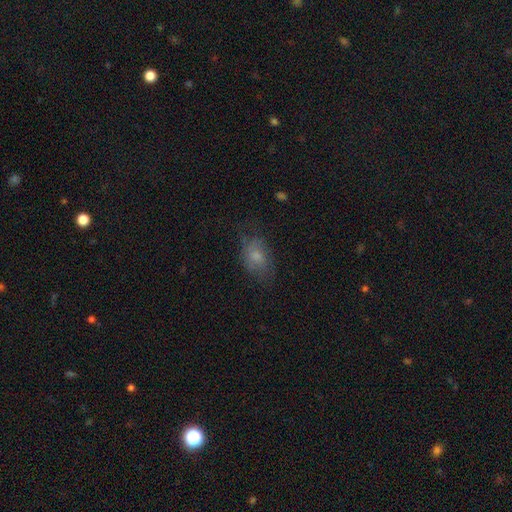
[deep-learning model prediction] smooth_or_featured: smooth (p=0.66) [alt: featured or disk p=0.24]
how_rounded: in between (p=0.83) [alt: round p=0.15]
merging: none (p=0.58) [alt: minor disturbance p=0.26]